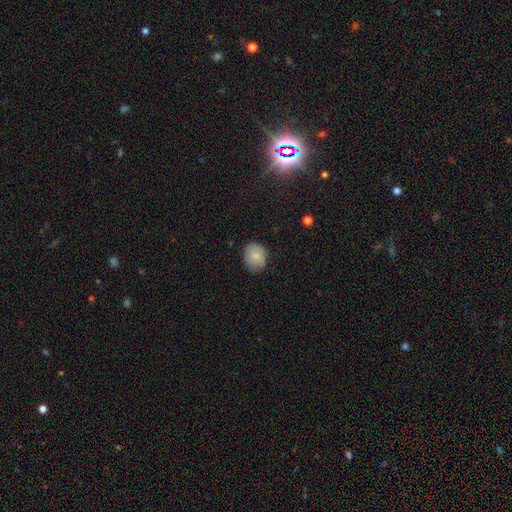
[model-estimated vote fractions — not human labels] smooth-or-featured: smooth: 83% | featured or disk: 9% | star or artifact: 8%
  how-rounded: round: 63% | in between: 36% | cigar-shaped: 1%
  merging: none: 80% | minor disturbance: 16% | major disturbance: 3% | merger: 1%